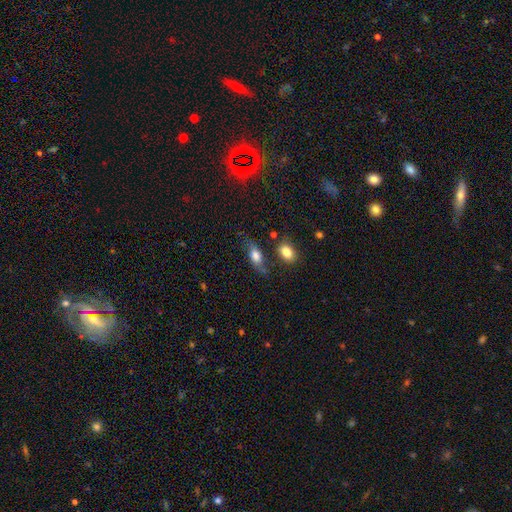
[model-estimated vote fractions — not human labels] A smooth galaxy with no disk features (64%) that is in between round and cigar-shaped (78%). Merging: none (64%).